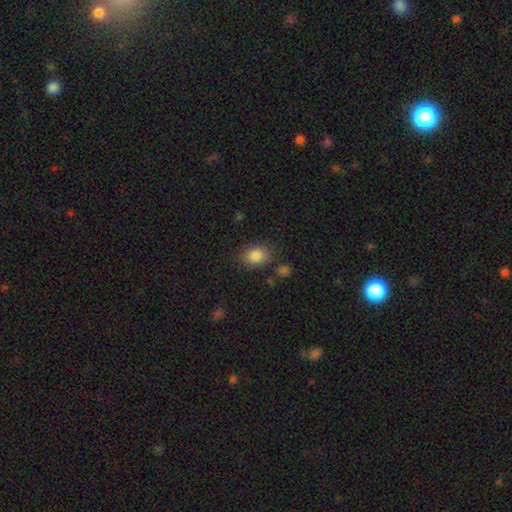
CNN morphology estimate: Smooth or featured?
  - smooth: 85% *
  - star or artifact: 9%
  - featured or disk: 6%
How rounded?
  - in between: 59% *
  - round: 40%
  - cigar-shaped: 1%
Merging?
  - none: 79% *
  - minor disturbance: 13%
  - major disturbance: 4%
  - merger: 4%